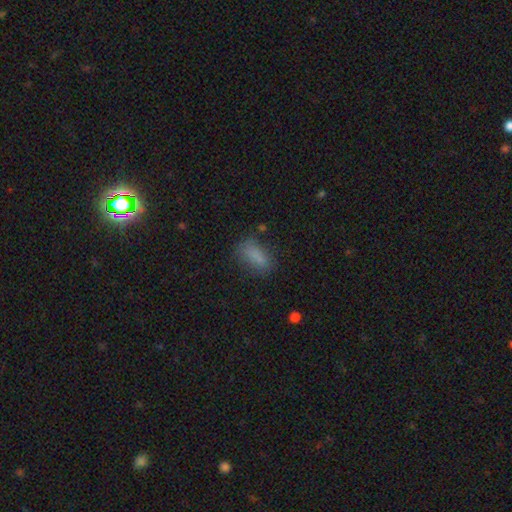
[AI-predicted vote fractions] Smooth or featured?
  - smooth: 82% *
  - star or artifact: 11%
  - featured or disk: 7%
How rounded?
  - in between: 80% *
  - cigar-shaped: 16%
  - round: 4%
Merging?
  - none: 68% *
  - minor disturbance: 21%
  - major disturbance: 8%
  - merger: 3%